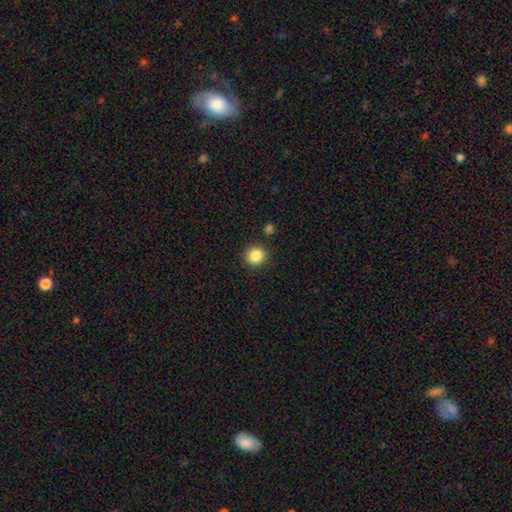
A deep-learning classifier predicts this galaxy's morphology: Smooth or featured? smooth (86%)
How rounded? round (92%)
Merging? none (88%)